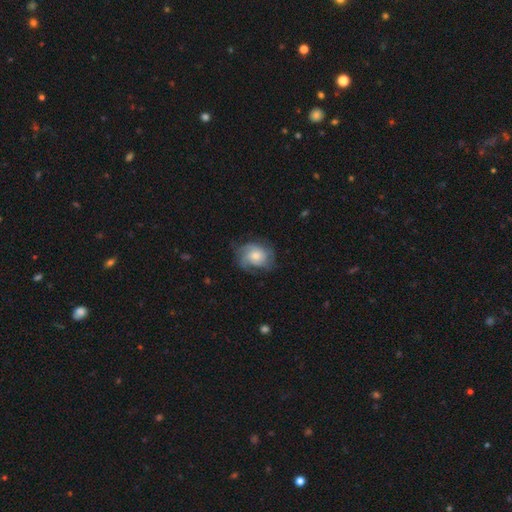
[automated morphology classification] Smooth or featured?
  - featured or disk: 49% *
  - smooth: 43%
  - star or artifact: 8%
Merging?
  - none: 58% *
  - minor disturbance: 26%
  - major disturbance: 15%
  - merger: 1%